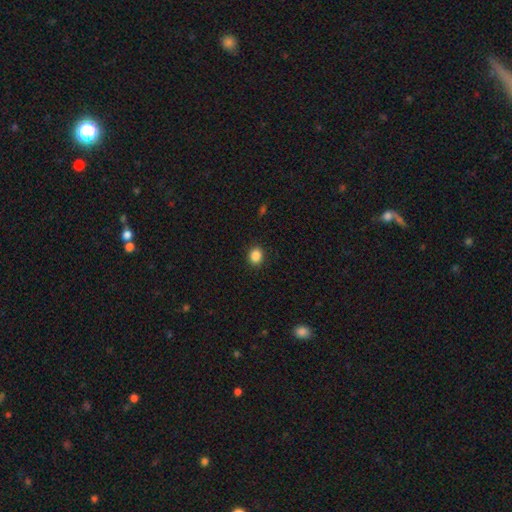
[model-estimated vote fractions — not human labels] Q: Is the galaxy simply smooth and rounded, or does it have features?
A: smooth — 87%.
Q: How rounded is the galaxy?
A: round — 67%.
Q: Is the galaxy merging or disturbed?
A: none — 90%.